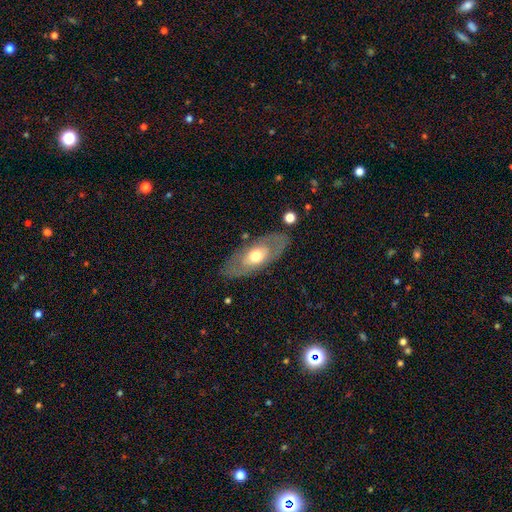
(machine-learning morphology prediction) featured or disk 51%, smooth 43%, star or artifact 5%. Down the decision tree: edge-on disk — no (77%); merging — none (80%).